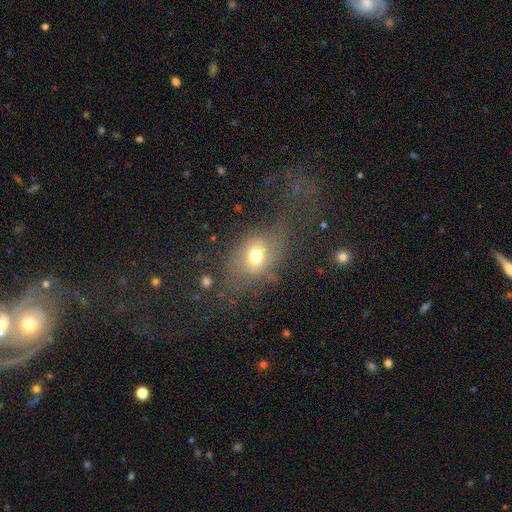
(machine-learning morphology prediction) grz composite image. It shows a smooth galaxy with no disk features (67%) that is in between round and cigar-shaped (64%). Merging: none (45%).